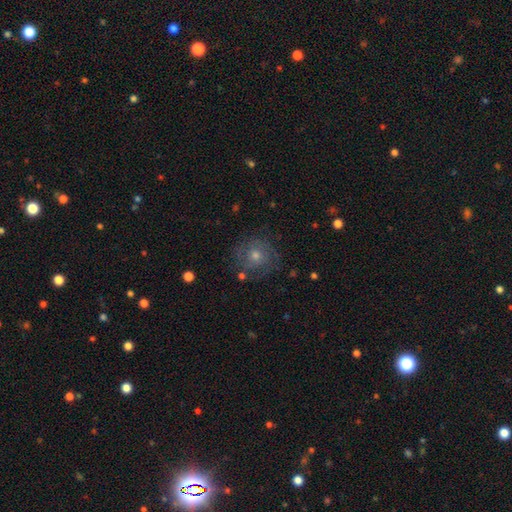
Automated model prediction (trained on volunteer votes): smooth-or-featured: featured or disk: 52% | smooth: 32% | star or artifact: 17%
  disk-edge-on: no: 97% | yes: 3%
    bar: no: 84% | weak: 14% | strong: 3%
    has-spiral-arms: yes: 76% | no: 24%
    bulge-size: moderate: 60% | small: 32% | large: 4% | none: 2% | dominant: 1%
  merging: none: 78% | minor disturbance: 13% | major disturbance: 6% | merger: 2%